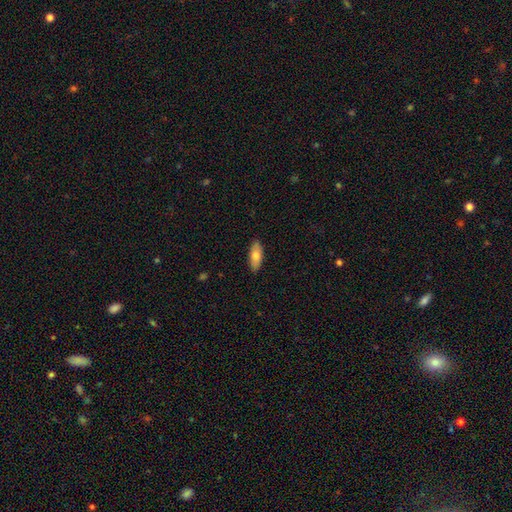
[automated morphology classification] smooth_or_featured: smooth (p=0.78) [alt: featured or disk p=0.16]
how_rounded: in between (p=0.74) [alt: cigar-shaped p=0.24]
merging: none (p=0.89) [alt: minor disturbance p=0.09]